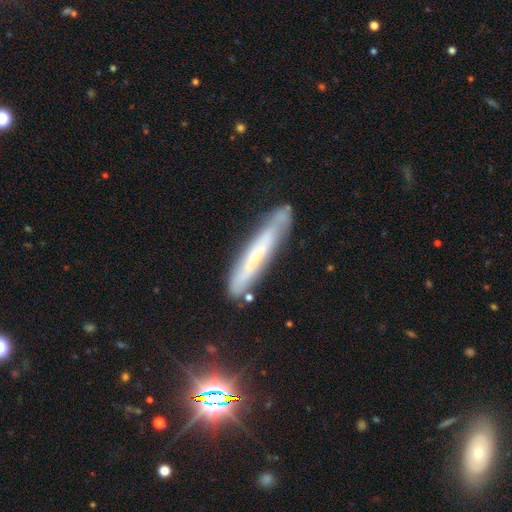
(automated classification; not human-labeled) The model was most divided on "smooth or featured": featured or disk: 55%, smooth: 35%, star or artifact: 10%. More confident: merging — none (76%); edge-on disk — yes (72%).